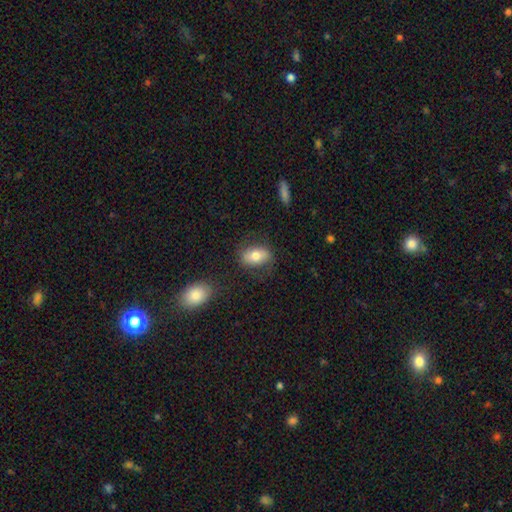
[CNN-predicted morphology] smooth 72%, featured or disk 21%, star or artifact 7%. Down the decision tree: how rounded — in between (87%); merging — none (74%).